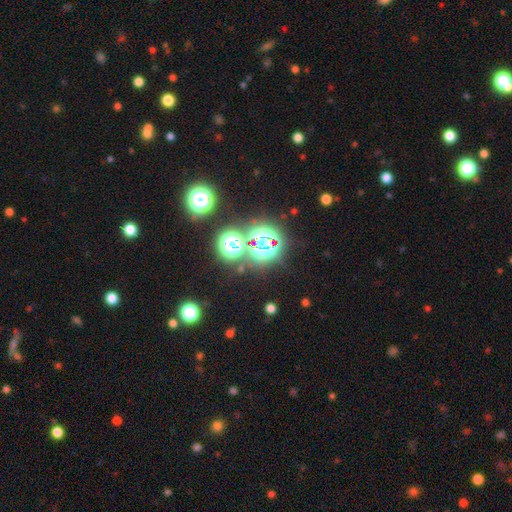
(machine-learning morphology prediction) Q: Smooth or featured?
A: star or artifact (76%); runner-up: smooth (18%)